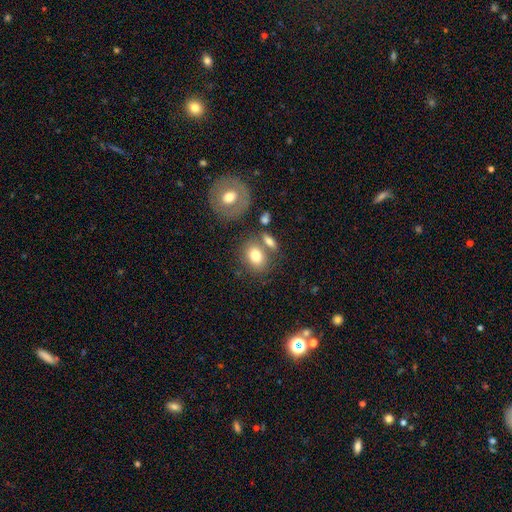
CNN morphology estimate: Smooth or featured: smooth — 76% (featured or disk — 15%)
How rounded: in between — 58% (round — 41%)
Merging: none — 56% (merger — 25%)